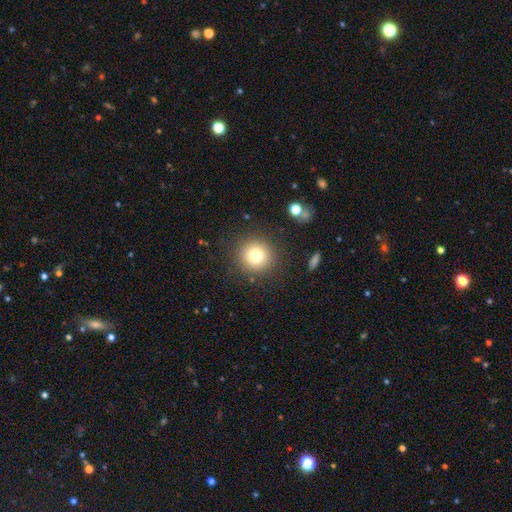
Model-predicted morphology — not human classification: Smooth or featured?
  - smooth: 77% *
  - star or artifact: 13%
  - featured or disk: 10%
How rounded?
  - round: 94% *
  - in between: 5%
  - cigar-shaped: 1%
Merging?
  - none: 88% *
  - minor disturbance: 7%
  - major disturbance: 3%
  - merger: 2%